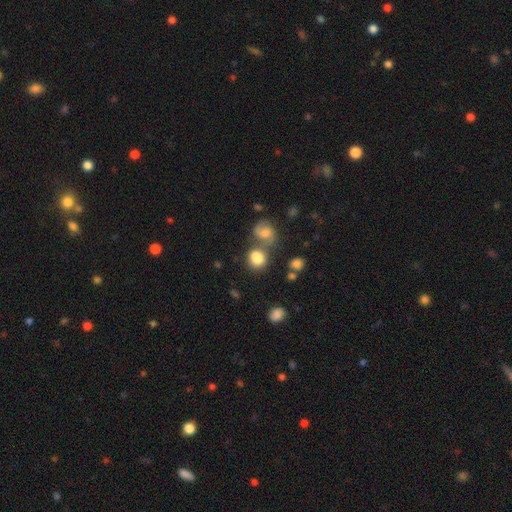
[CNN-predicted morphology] smooth-or-featured: smooth: 74% | featured or disk: 16% | star or artifact: 10%
  how-rounded: round: 67% | in between: 32% | cigar-shaped: 1%
  merging: none: 47% | merger: 33% | minor disturbance: 13% | major disturbance: 7%